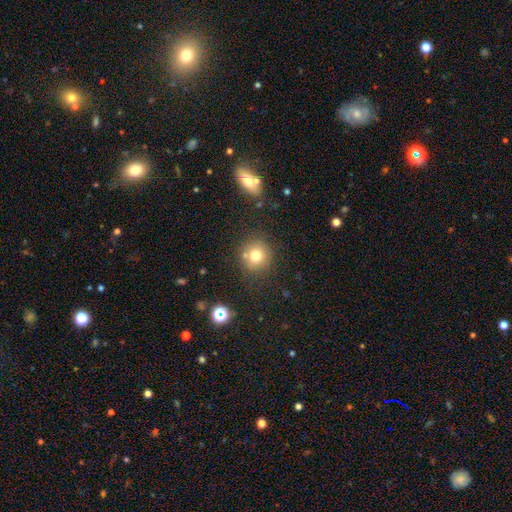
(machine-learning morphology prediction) Smooth or featured: smooth — 75% (star or artifact — 14%)
How rounded: round — 90% (in between — 9%)
Merging: none — 78% (minor disturbance — 10%)